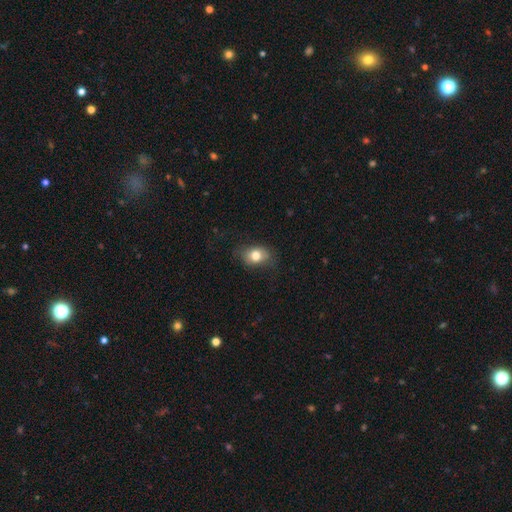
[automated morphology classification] Smooth or featured: smooth — 77% (featured or disk — 13%)
How rounded: in between — 66% (round — 32%)
Merging: none — 71% (minor disturbance — 21%)